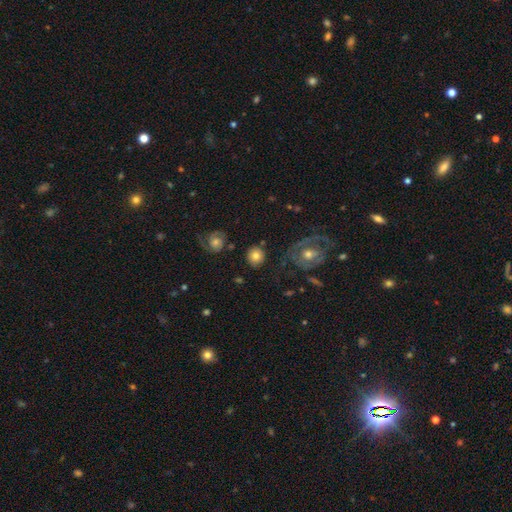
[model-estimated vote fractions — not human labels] Overall: smooth (76%). How rounded: round (87%). Merging: none (82%).